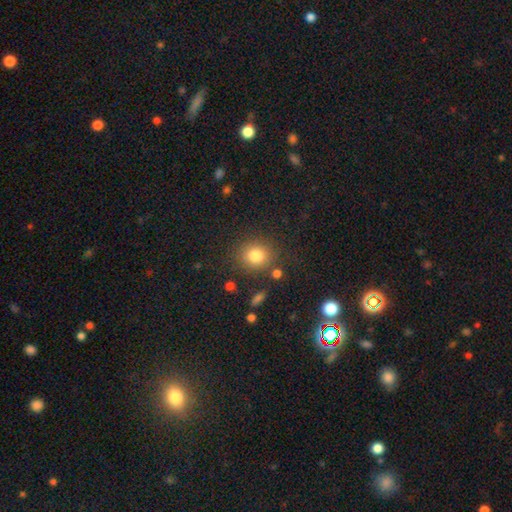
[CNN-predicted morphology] Smooth or featured? Predicted: smooth (p=0.80). How rounded? Predicted: round (p=0.82). Merging? Predicted: none (p=0.82).